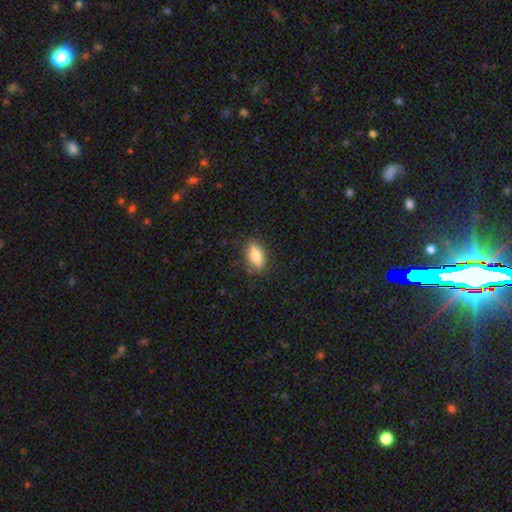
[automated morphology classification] Smooth or featured? Predicted: smooth (p=0.77). How rounded? Predicted: in between (p=0.78). Merging? Predicted: none (p=0.82).